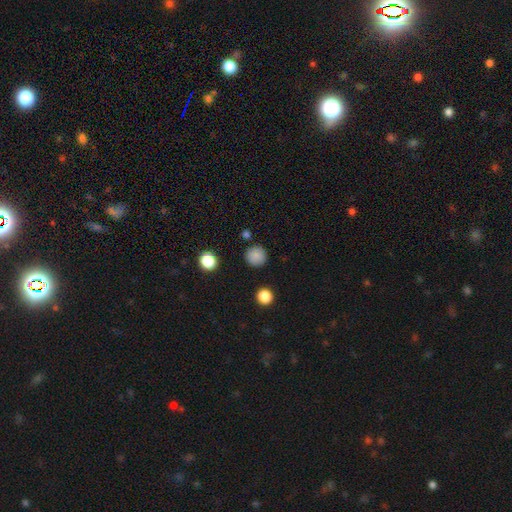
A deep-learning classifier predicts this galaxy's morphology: A smooth galaxy with no disk features (85%) that is round (95%).

Vote fractions:
- Smooth or featured? smooth: 85% / star or artifact: 11% / featured or disk: 4%
- How rounded? round: 95% / in between: 4% / cigar-shaped: 1%
- Merging? none: 88% / minor disturbance: 7% / major disturbance: 2% / merger: 2%